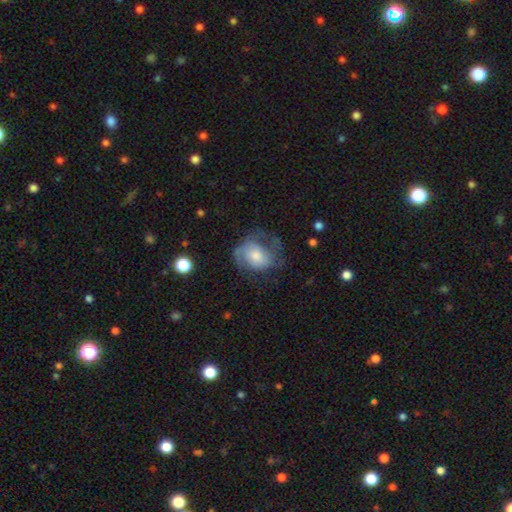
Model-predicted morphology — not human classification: Smooth or featured? Predicted: featured or disk (p=0.57). Edge-on disk? Predicted: no (p=0.97). Bar? Predicted: no (p=0.70). Spiral arms? Predicted: yes (p=0.81). Bulge size? Predicted: moderate (p=0.49). Merging? Predicted: none (p=0.44).